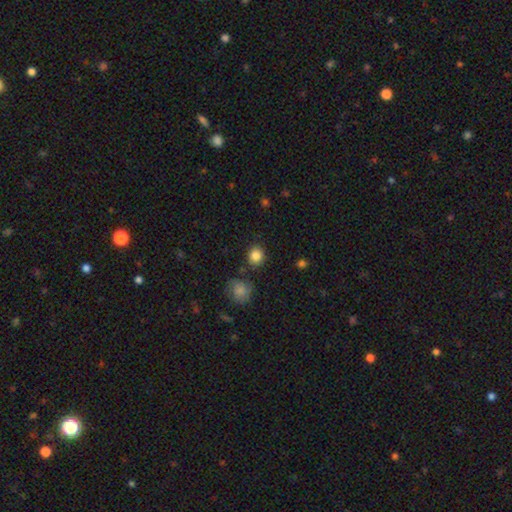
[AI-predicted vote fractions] This is clearly a smooth galaxy (85%). How rounded: clearly round (81%). Merging: clearly none (83%).